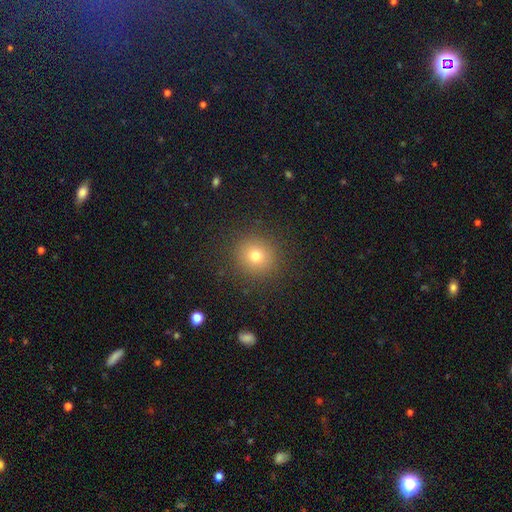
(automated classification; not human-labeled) This appears to be a smooth galaxy with no disk features (75%) that is round (90%). Merging: none (89%).